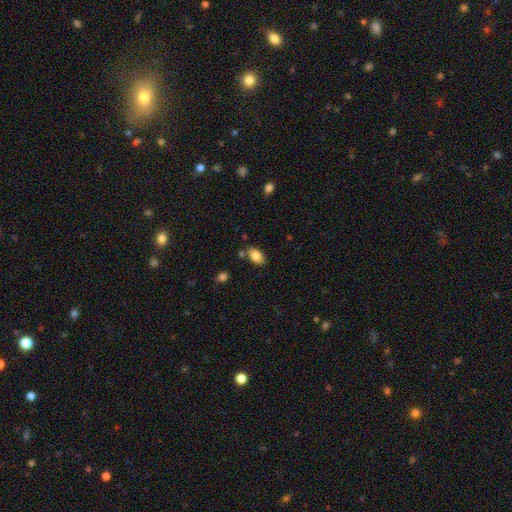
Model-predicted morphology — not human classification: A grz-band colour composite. It shows a smooth galaxy with no disk features (84%) that is in between round and cigar-shaped (91%). Merging: none (76%).